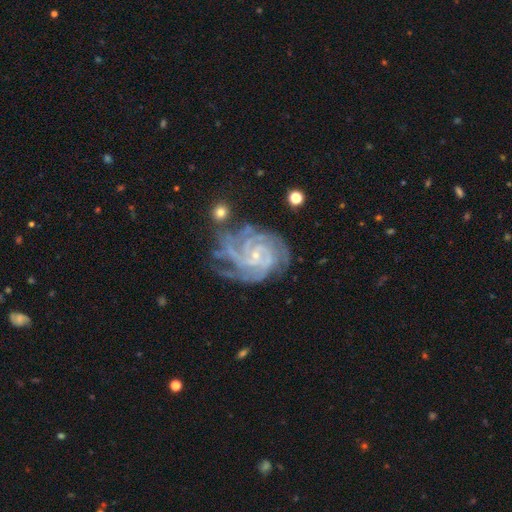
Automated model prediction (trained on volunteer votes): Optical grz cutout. It shows a featured or disk galaxy (91%) with no bar (59%), 4 (36%) tight (71%) spiral arms (98%) and a small central bulge (83%). Merging: none (58%).